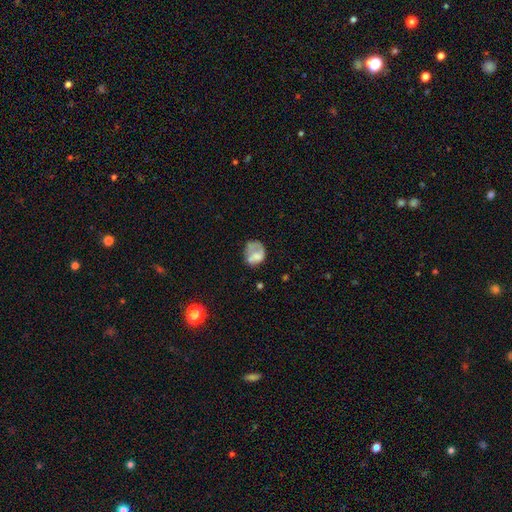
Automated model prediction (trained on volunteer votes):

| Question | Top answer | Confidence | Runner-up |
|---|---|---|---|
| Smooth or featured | smooth | 59% | featured or disk (31%) |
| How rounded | in between | 52% | round (47%) |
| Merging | none | 33% | major disturbance (31%) |